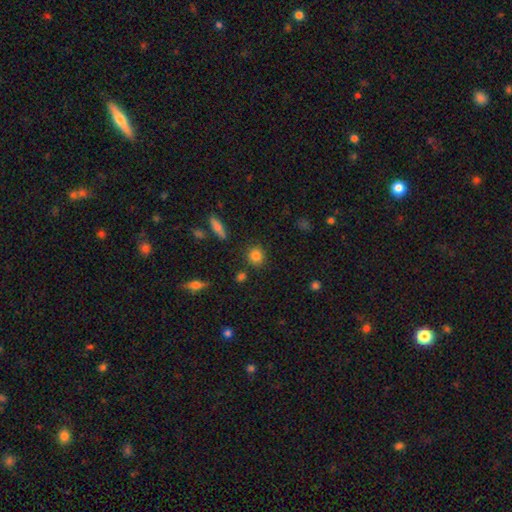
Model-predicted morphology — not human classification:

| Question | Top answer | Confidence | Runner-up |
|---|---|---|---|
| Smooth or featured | smooth | 83% | star or artifact (10%) |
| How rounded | round | 82% | in between (16%) |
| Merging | none | 86% | minor disturbance (8%) |